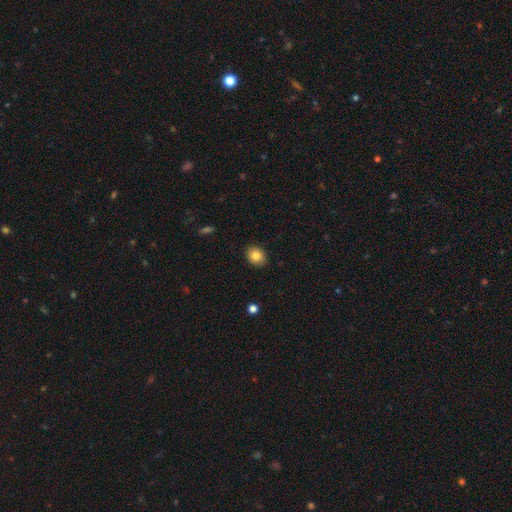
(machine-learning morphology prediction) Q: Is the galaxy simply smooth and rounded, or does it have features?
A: smooth — 83%.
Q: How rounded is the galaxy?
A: in between — 58%.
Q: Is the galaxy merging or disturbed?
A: none — 89%.